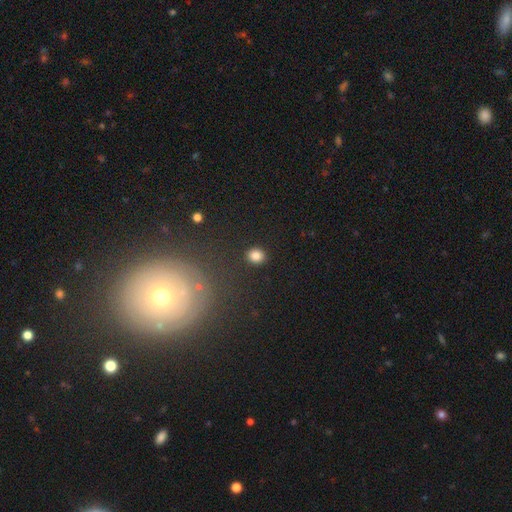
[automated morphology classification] smooth_or_featured: smooth (p=0.84) [alt: star or artifact p=0.11]
how_rounded: round (p=0.74) [alt: in between p=0.25]
merging: none (p=0.90) [alt: minor disturbance p=0.06]